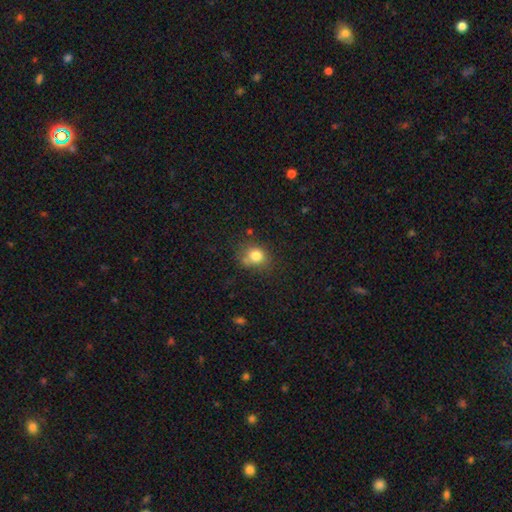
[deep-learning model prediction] smooth 80%, star or artifact 12%, featured or disk 8%. Down the decision tree: how rounded — round (69%); merging — none (63%).